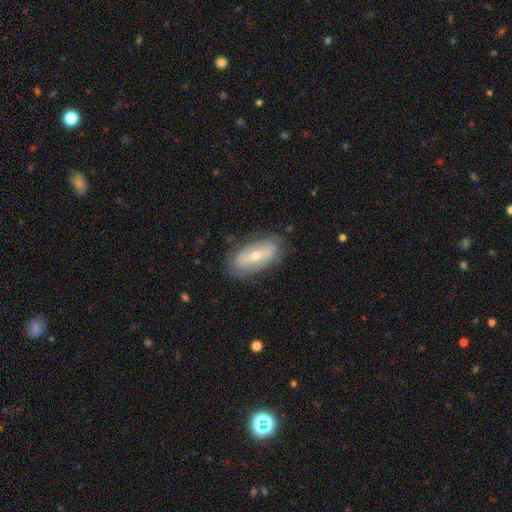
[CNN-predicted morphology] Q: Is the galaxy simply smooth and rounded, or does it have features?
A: featured or disk — 60%.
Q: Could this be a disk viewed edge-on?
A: no — 86%.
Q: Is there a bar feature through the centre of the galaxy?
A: no — 39%.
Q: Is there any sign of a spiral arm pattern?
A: yes — 54%.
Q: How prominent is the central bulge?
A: moderate — 52%.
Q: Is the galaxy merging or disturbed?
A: none — 77%.